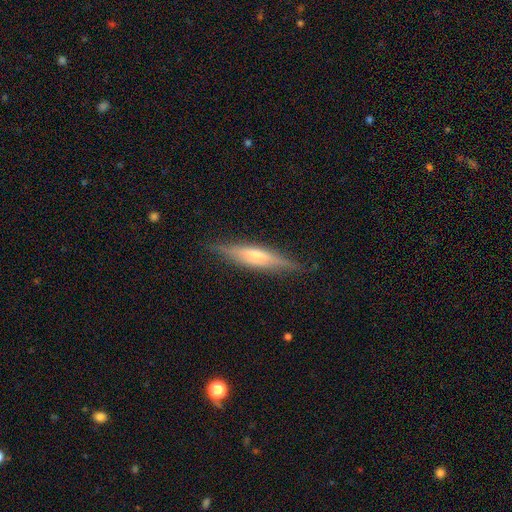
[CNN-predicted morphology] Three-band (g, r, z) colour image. It shows a featured or disk galaxy (60%) viewed edge-on (94%) with a rounded central bulge (62%). Merging: none (85%).